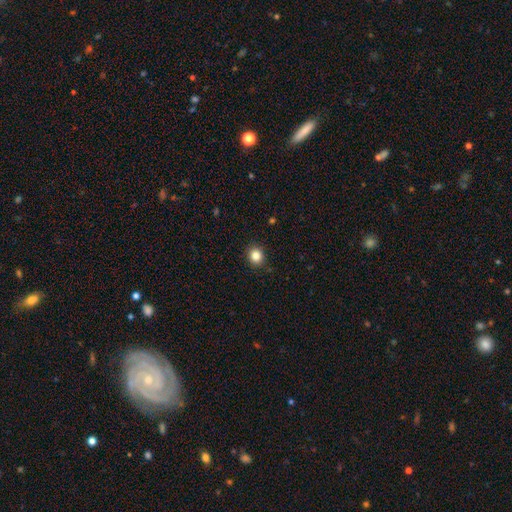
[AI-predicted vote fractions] A smooth galaxy with no disk features (85%) that is round (79%). Merging: none (90%).